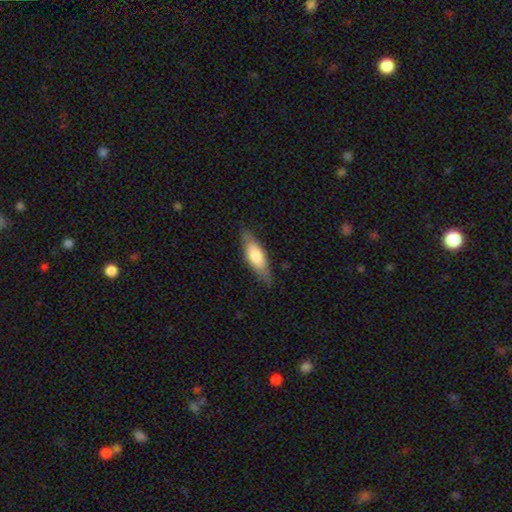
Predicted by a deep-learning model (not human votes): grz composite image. It shows a smooth galaxy with no disk features (69%) that is in between round and cigar-shaped (57%). Merging: none (80%).